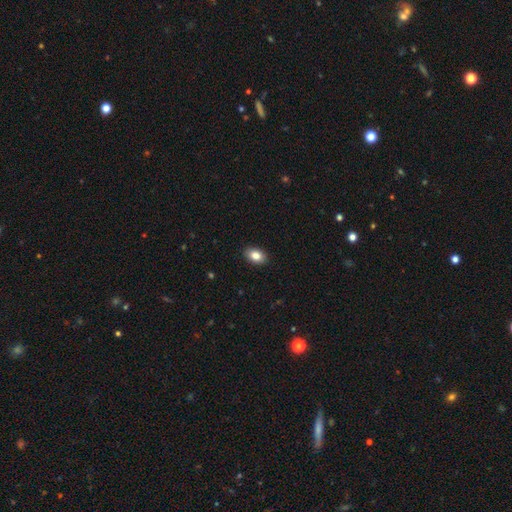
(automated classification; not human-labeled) smooth-or-featured: smooth: 85% | star or artifact: 8% | featured or disk: 7%
  how-rounded: in between: 88% | round: 11% | cigar-shaped: 1%
  merging: none: 90% | minor disturbance: 7% | major disturbance: 2% | merger: 1%